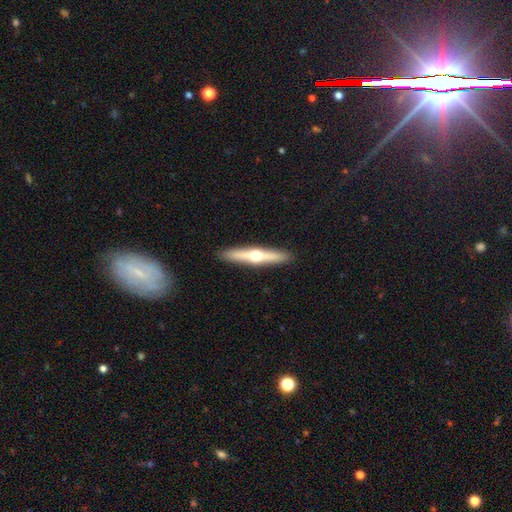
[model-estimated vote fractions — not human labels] Smooth or featured: featured or disk — 65% (smooth — 30%)
Edge-on disk: yes — 96% (no — 4%)
Edge-on bulge: rounded — 94% (none — 4%)
Merging: none — 92% (minor disturbance — 6%)